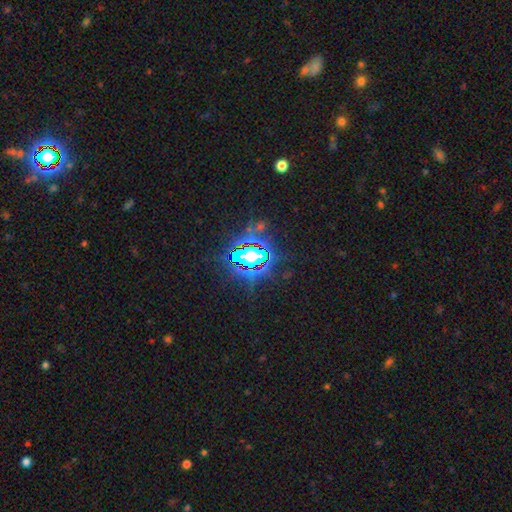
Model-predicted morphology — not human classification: star or artifact 81%, smooth 11%, featured or disk 9%.